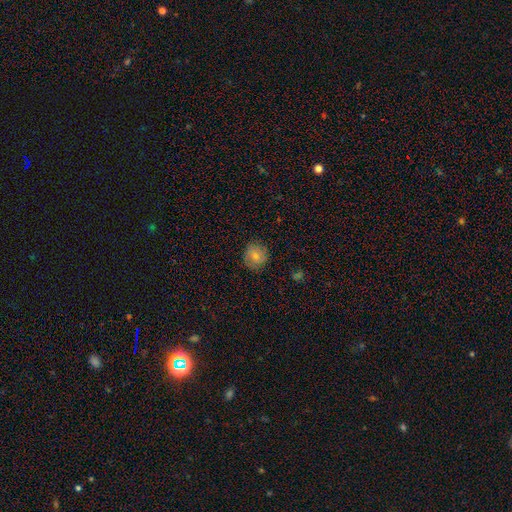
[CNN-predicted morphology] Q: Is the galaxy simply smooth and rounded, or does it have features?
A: smooth — 73%.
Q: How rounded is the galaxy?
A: round — 87%.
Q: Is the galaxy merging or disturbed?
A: none — 83%.